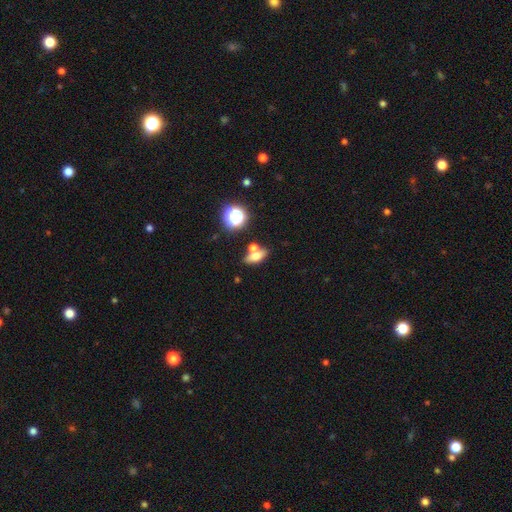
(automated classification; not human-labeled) smooth-or-featured: smooth: 58% | featured or disk: 29% | star or artifact: 13%
  how-rounded: in between: 64% | cigar-shaped: 20% | round: 16%
  merging: none: 53% | merger: 29% | minor disturbance: 12% | major disturbance: 6%